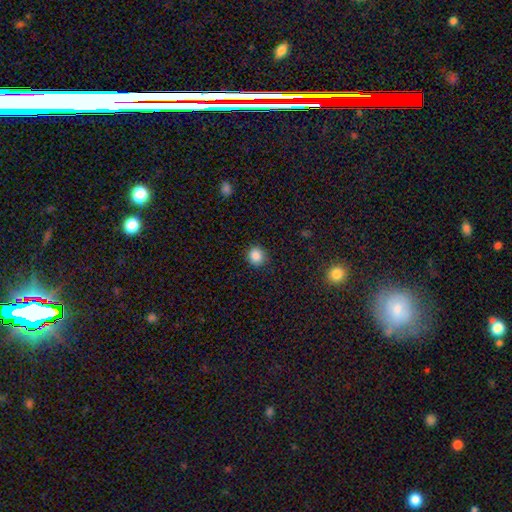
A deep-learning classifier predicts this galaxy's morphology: The model was most divided on "how rounded": round: 87%, in between: 12%, cigar-shaped: 1%. More confident: merging — none (89%); smooth or featured — smooth (86%).